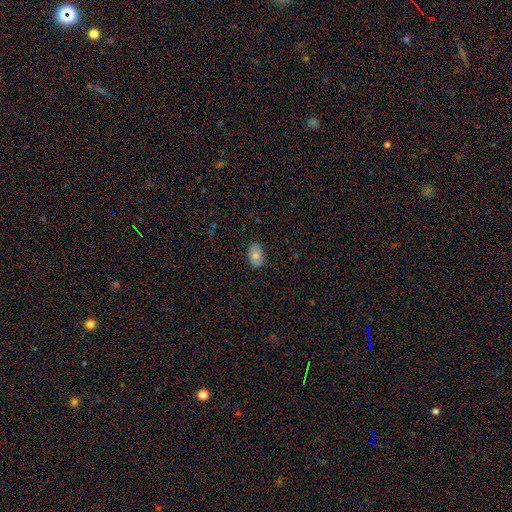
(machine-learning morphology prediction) Smooth or featured? Predicted: smooth (p=0.82). How rounded? Predicted: in between (p=0.85). Merging? Predicted: none (p=0.86).